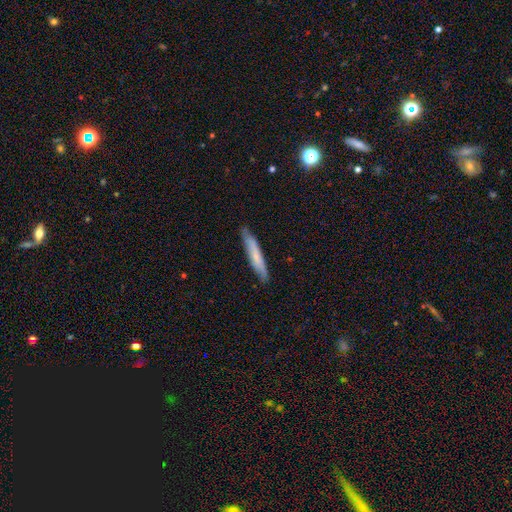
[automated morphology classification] smooth 67%, featured or disk 27%, star or artifact 6%. Down the decision tree: how rounded — cigar-shaped (94%); merging — none (85%).